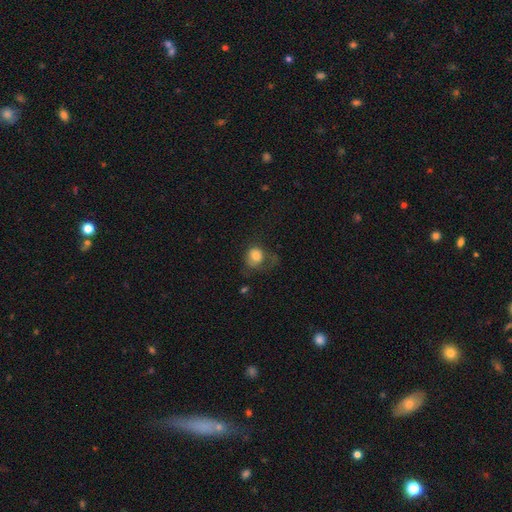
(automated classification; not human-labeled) smooth-or-featured: smooth: 77% | featured or disk: 13% | star or artifact: 9%
  how-rounded: round: 67% | in between: 32% | cigar-shaped: 1%
  merging: none: 36% | major disturbance: 35% | minor disturbance: 25% | merger: 3%